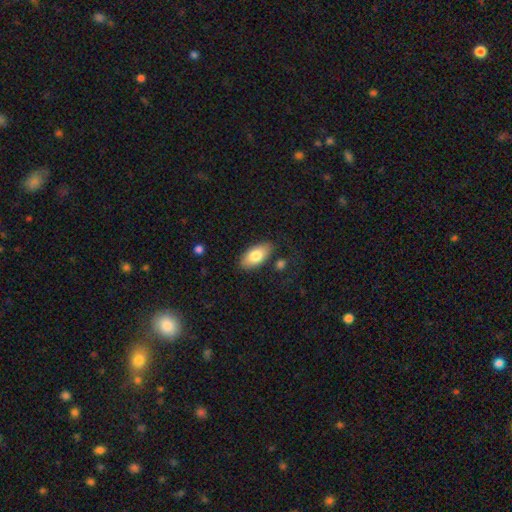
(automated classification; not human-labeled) Overall: smooth (79%). How rounded: in between (92%). Merging: none (82%).